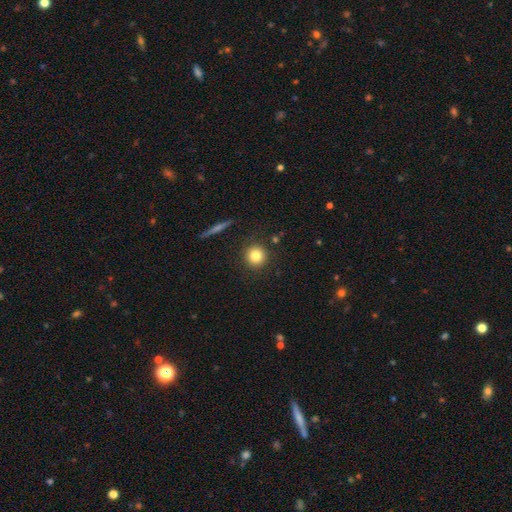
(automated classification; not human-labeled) A smooth galaxy with no disk features (81%) that is round (93%).

Vote fractions:
- Smooth or featured? smooth: 81% / star or artifact: 10% / featured or disk: 8%
- How rounded? round: 93% / in between: 6% / cigar-shaped: 1%
- Merging? none: 88% / minor disturbance: 7% / major disturbance: 2% / merger: 2%